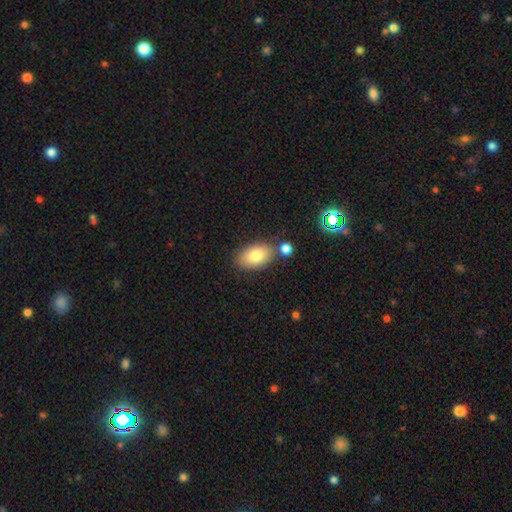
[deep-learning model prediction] Q: Smooth or featured?
A: smooth (80%); runner-up: featured or disk (12%)
Q: How rounded?
A: in between (92%); runner-up: round (6%)
Q: Merging?
A: none (71%); runner-up: minor disturbance (13%)